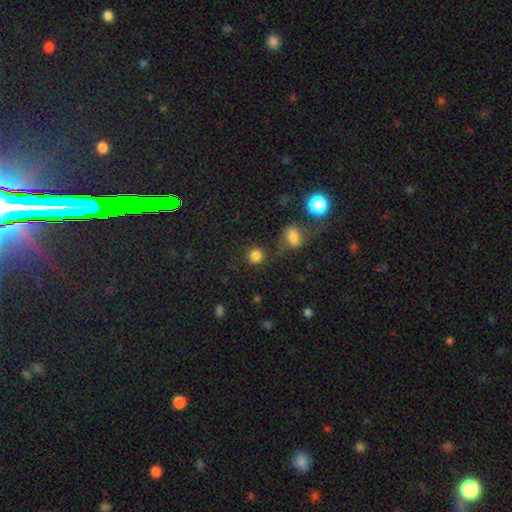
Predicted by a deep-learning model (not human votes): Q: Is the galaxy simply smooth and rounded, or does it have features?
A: smooth — 83%.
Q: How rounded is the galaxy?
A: round — 91%.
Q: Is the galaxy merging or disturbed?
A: none — 74%.